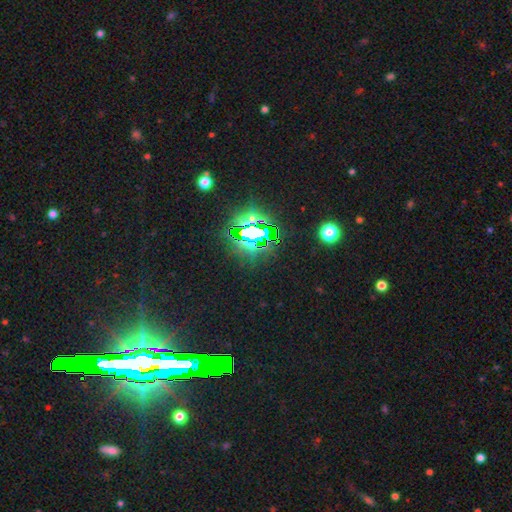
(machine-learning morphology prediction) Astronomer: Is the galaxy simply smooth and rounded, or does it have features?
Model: star or artifact — 83%.